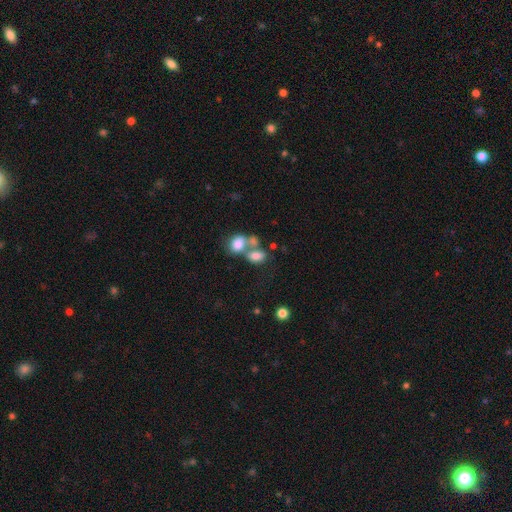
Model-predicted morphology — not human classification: A smooth galaxy with no disk features (74%) that is in between round and cigar-shaped (77%). Merging: merger (60%).